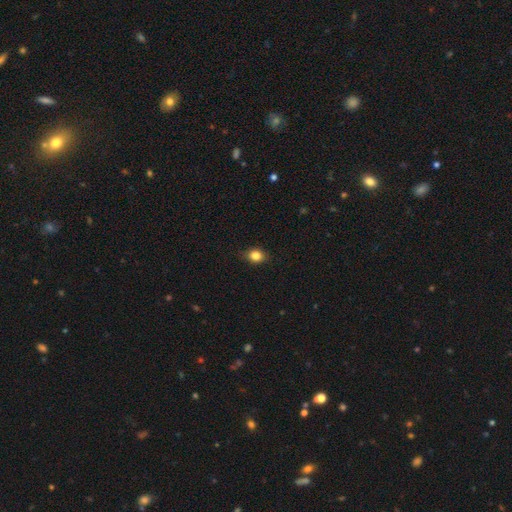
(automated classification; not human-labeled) smooth_or_featured: smooth (p=0.84) [alt: star or artifact p=0.10]
how_rounded: round (p=0.51) [alt: in between p=0.48]
merging: none (p=0.84) [alt: minor disturbance p=0.12]